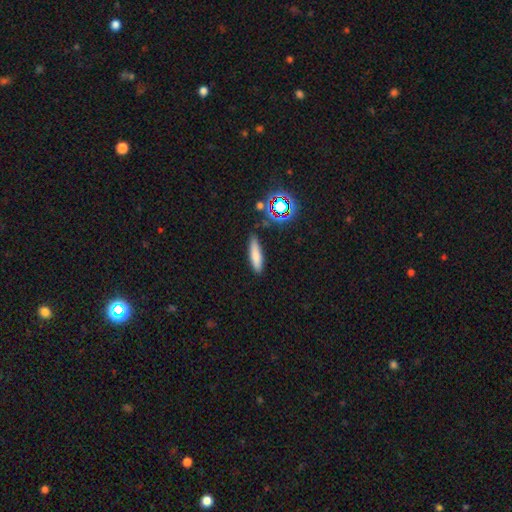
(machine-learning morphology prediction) Smooth or featured?
  - smooth: 76% *
  - star or artifact: 12%
  - featured or disk: 12%
How rounded?
  - cigar-shaped: 70% *
  - in between: 27%
  - round: 2%
Merging?
  - none: 83% *
  - minor disturbance: 12%
  - major disturbance: 3%
  - merger: 2%